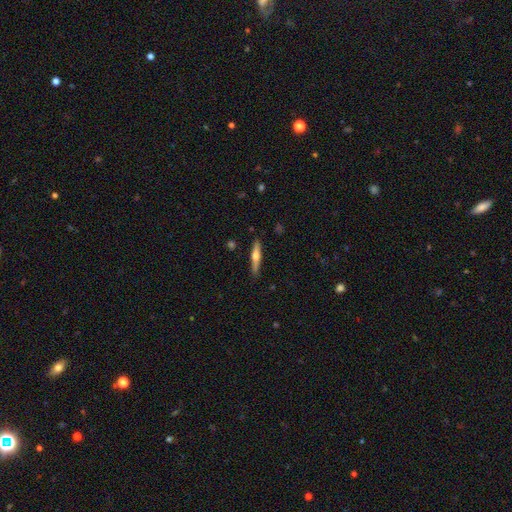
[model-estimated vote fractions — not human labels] A featured or disk galaxy (60%) viewed edge-on (97%) with a rounded central bulge (92%).

Vote fractions:
- Smooth or featured? featured or disk: 60% / smooth: 35% / star or artifact: 6%
- Edge-on disk? yes: 97% / no: 3%
- Edge-on bulge? rounded: 92% / boxy: 4% / none: 4%
- Merging? none: 88% / minor disturbance: 9% / major disturbance: 2% / merger: 1%